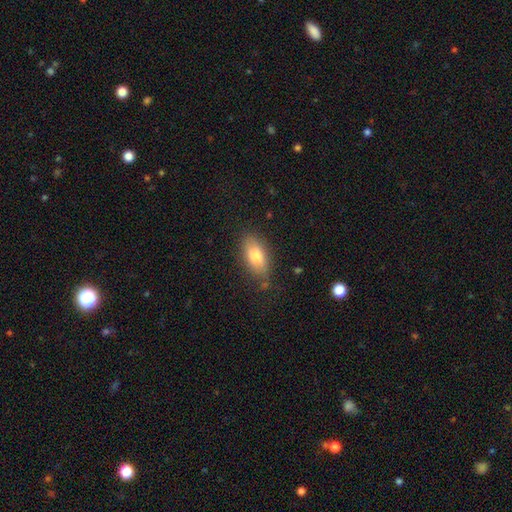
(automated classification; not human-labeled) This is likely a smooth galaxy (78%). How rounded: clearly in between (86%). Merging: likely none (77%).